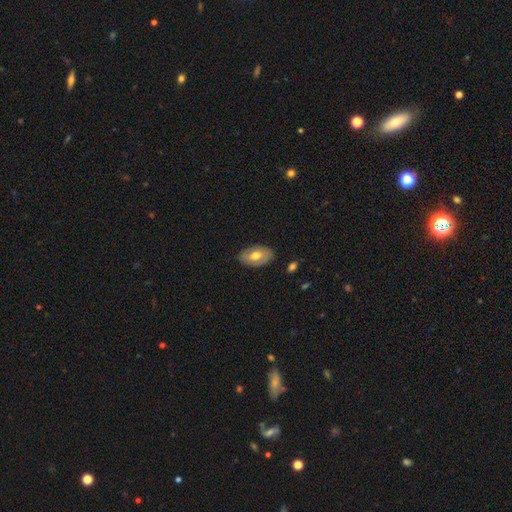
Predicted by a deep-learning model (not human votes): Smooth or featured? smooth (58%)
How rounded? in between (92%)
Merging? none (82%)